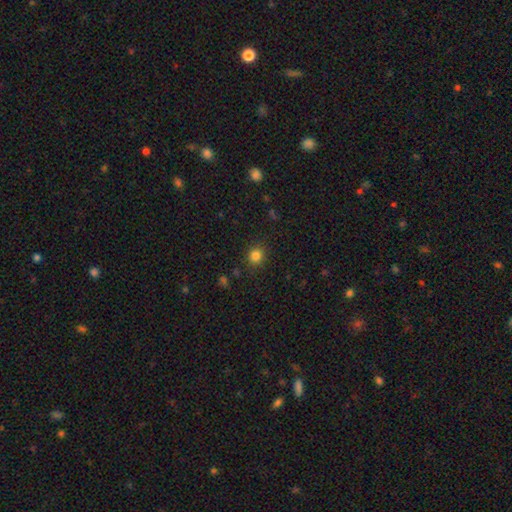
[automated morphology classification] Overall: smooth (83%). How rounded: round (86%). Merging: none (88%).